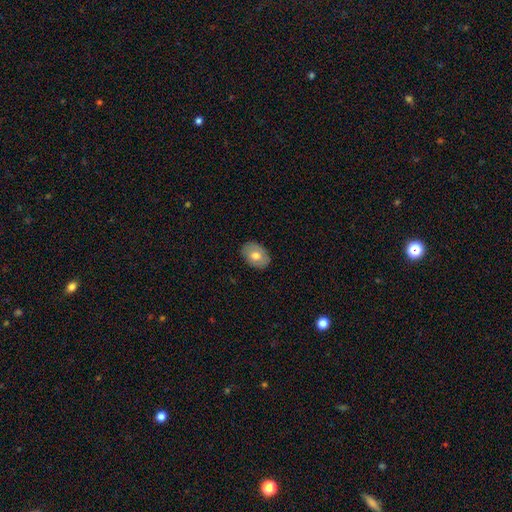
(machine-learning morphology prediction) Smooth or featured: smooth — 71% (featured or disk — 22%)
How rounded: in between — 77% (round — 22%)
Merging: none — 86% (minor disturbance — 11%)